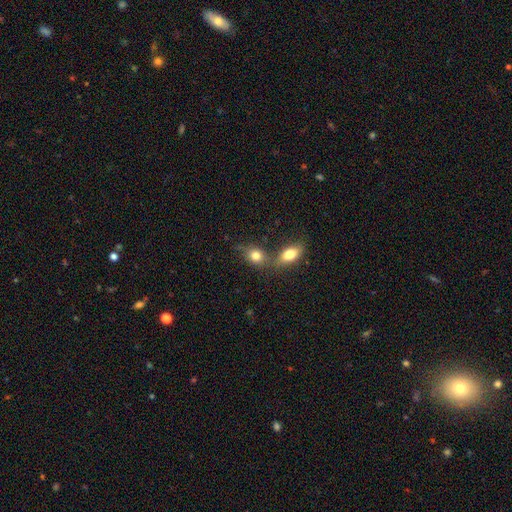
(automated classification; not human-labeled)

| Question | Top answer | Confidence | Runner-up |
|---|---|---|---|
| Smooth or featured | smooth | 80% | featured or disk (10%) |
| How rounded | in between | 51% | round (47%) |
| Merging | merger | 44% | none (41%) |